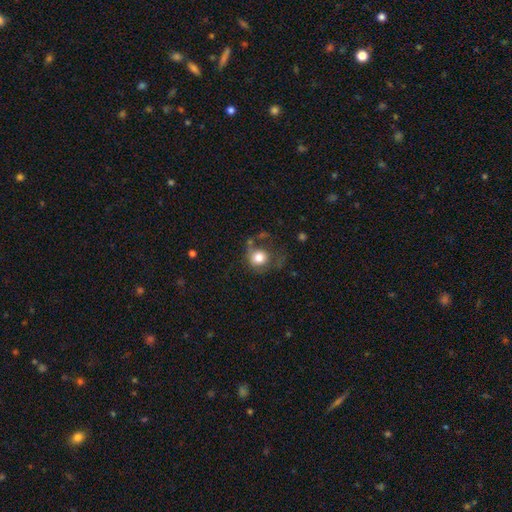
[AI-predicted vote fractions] Morphology: type=smooth (77%); roundness=round (82%); merging=none (48%).